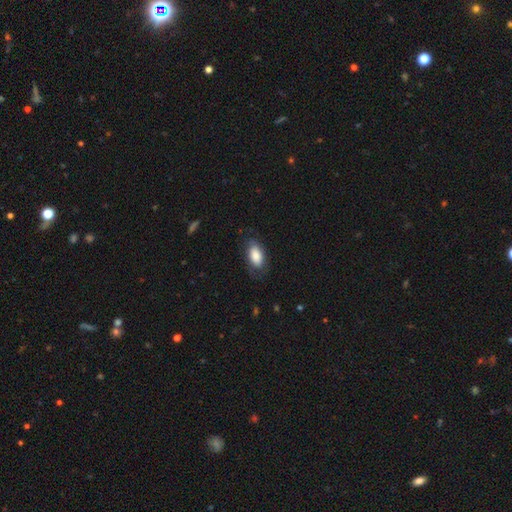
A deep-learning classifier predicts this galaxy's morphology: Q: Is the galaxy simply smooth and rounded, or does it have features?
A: smooth — 82%.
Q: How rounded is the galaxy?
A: in between — 92%.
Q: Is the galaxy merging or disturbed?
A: none — 72%.